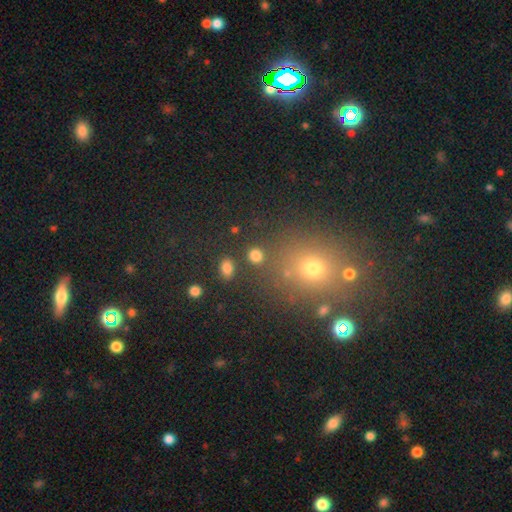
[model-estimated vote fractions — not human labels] Smooth or featured? Predicted: smooth (p=0.81). How rounded? Predicted: round (p=0.69). Merging? Predicted: none (p=0.83).